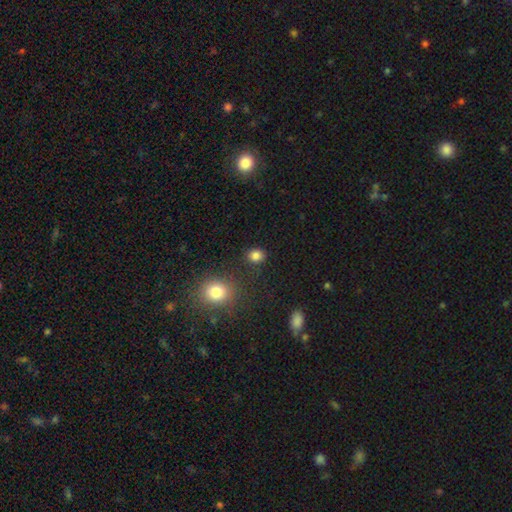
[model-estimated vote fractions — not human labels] smooth-or-featured: smooth: 83% | star or artifact: 13% | featured or disk: 4%
  how-rounded: round: 73% | in between: 26% | cigar-shaped: 1%
  merging: none: 86% | minor disturbance: 8% | merger: 3% | major disturbance: 3%